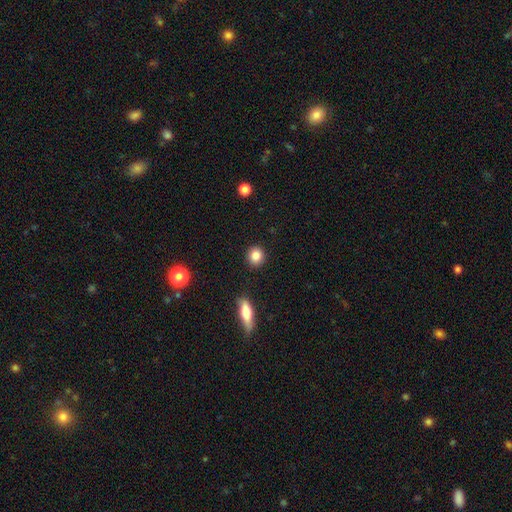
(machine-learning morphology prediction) The model was most divided on "how rounded": round: 85%, in between: 14%, cigar-shaped: 2%. More confident: merging — none (90%); smooth or featured — smooth (86%).